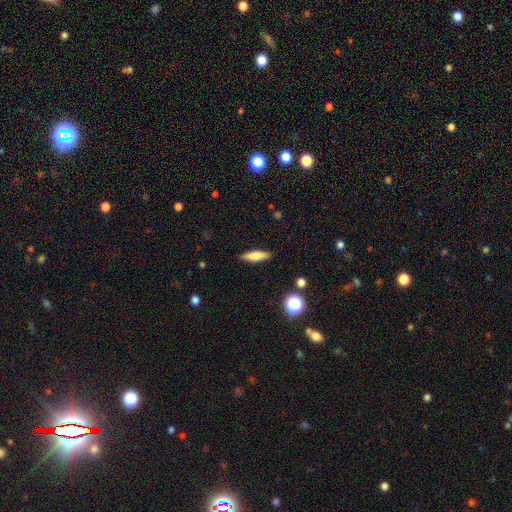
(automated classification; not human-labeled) The model was most divided on "how rounded": cigar-shaped: 64%, in between: 33%, round: 3%. More confident: merging — none (88%); smooth or featured — smooth (65%).